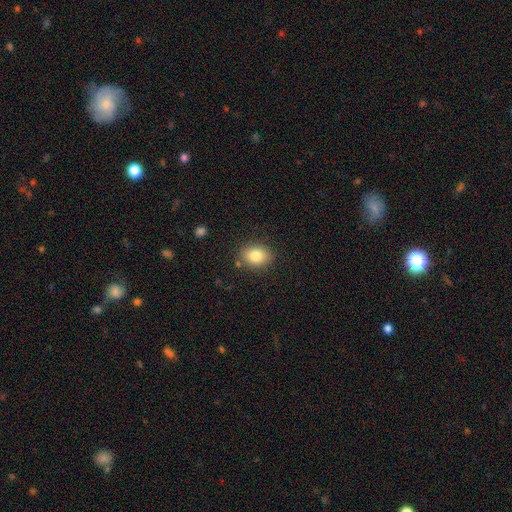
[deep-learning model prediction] Q: Smooth or featured?
A: smooth (82%); runner-up: star or artifact (9%)
Q: How rounded?
A: in between (58%); runner-up: round (41%)
Q: Merging?
A: none (85%); runner-up: minor disturbance (10%)